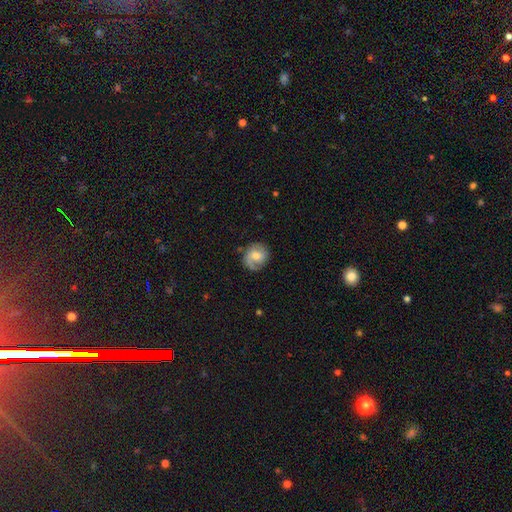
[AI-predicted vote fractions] This appears to be a featured or disk galaxy (56%) with no bar (54%), spiral arms (86%) and a moderate central bulge (60%). Merging: none (69%).